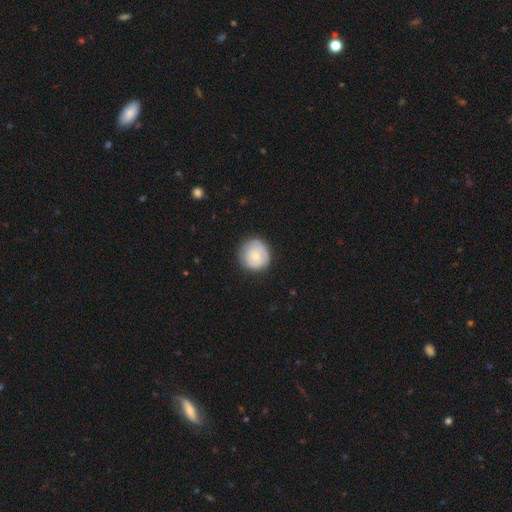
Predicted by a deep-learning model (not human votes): Smooth or featured: smooth — 68% (featured or disk — 26%)
How rounded: round — 92% (in between — 7%)
Merging: none — 78% (minor disturbance — 17%)